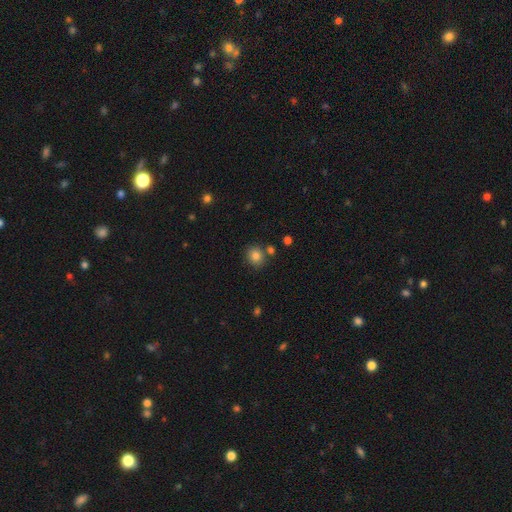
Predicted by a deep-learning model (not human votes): The model was most divided on "how rounded": round: 82%, in between: 17%, cigar-shaped: 1%. More confident: smooth or featured — smooth (82%); merging — none (78%).